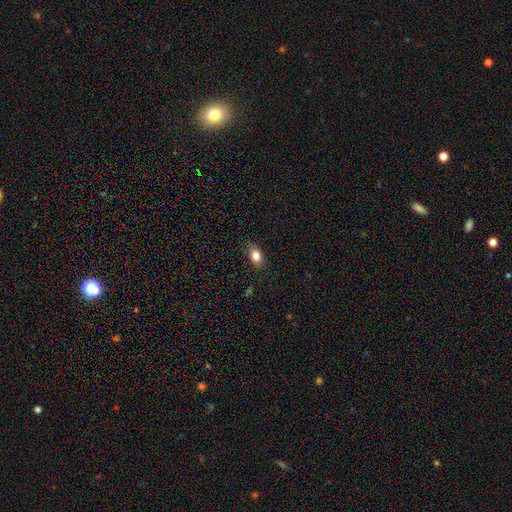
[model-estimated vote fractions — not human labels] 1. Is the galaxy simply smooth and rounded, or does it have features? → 83% smooth, 9% star or artifact, 8% featured or disk.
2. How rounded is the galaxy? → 82% in between, 16% round, 3% cigar-shaped.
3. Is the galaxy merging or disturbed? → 84% none, 12% minor disturbance, 3% major disturbance, 1% merger.